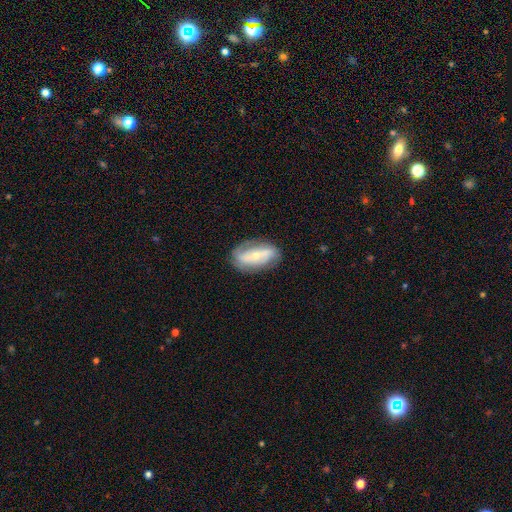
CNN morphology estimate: Overall: featured or disk (69%). Edge-on disk: no (90%). Bar: strong (38%; no 36%). Spiral arms: yes (78%). Bulge size: small (57%; moderate 39%). Merging: none (76%).